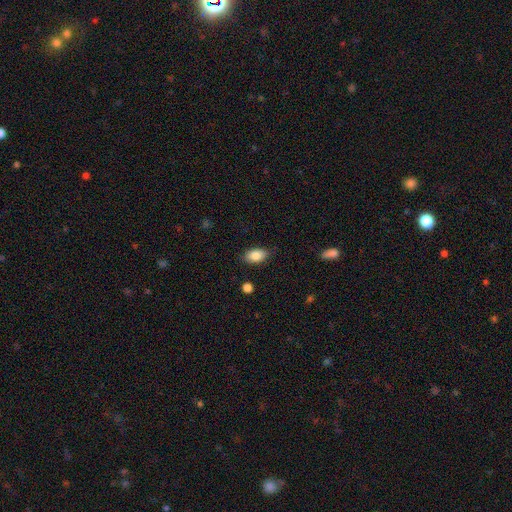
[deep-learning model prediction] Q: Smooth or featured?
A: smooth (85%); runner-up: star or artifact (7%)
Q: How rounded?
A: in between (91%); runner-up: round (7%)
Q: Merging?
A: none (83%); runner-up: minor disturbance (13%)